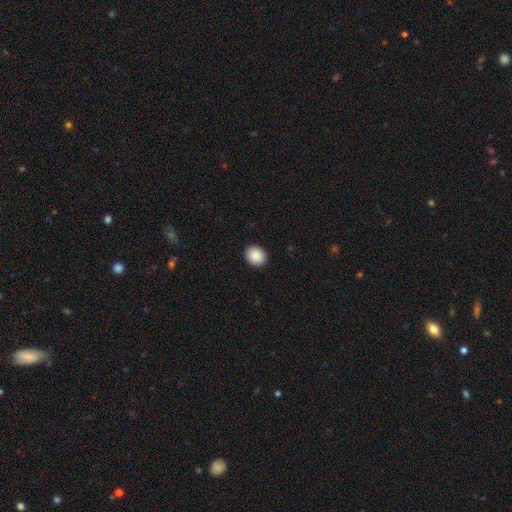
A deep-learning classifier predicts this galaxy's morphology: Overall: smooth (90%). How rounded: round (73%). Merging: none (92%).